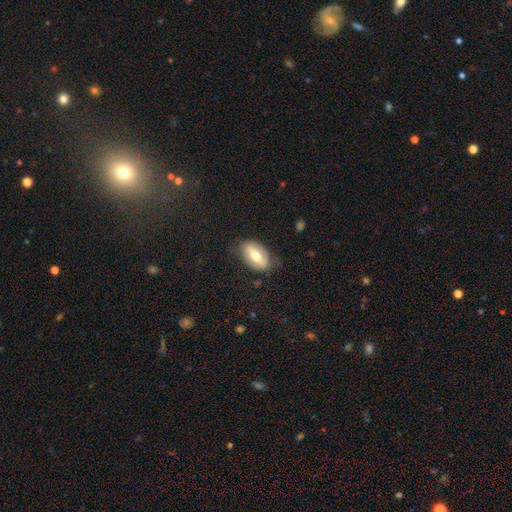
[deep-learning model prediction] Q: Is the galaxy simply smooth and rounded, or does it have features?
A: smooth — 51%.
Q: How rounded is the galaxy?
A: in between — 89%.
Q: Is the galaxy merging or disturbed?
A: none — 73%.